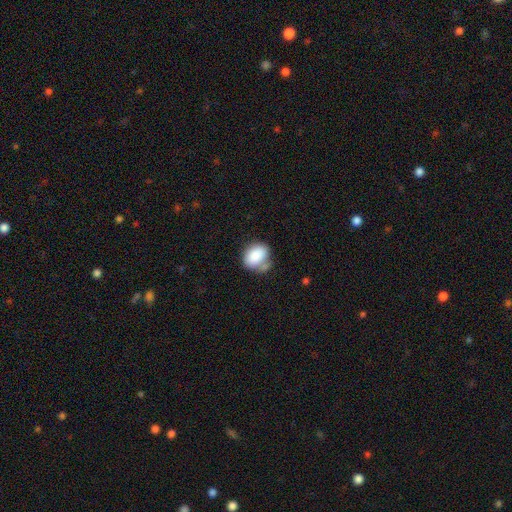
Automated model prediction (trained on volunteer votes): Smooth or featured? Predicted: smooth (p=0.85). How rounded? Predicted: in between (p=0.66). Merging? Predicted: none (p=0.50).